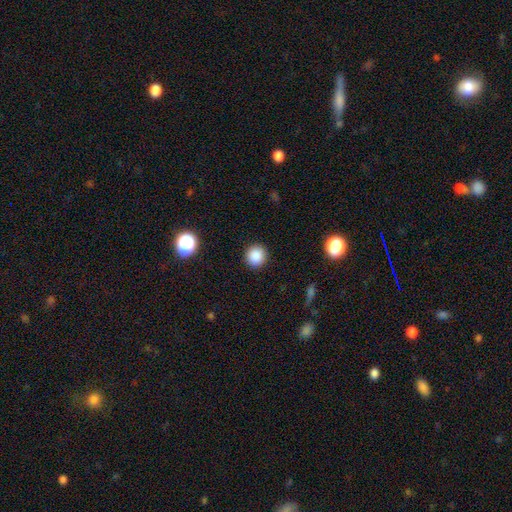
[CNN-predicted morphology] type=smooth (87%); roundness=round (92%); merging=none (92%).